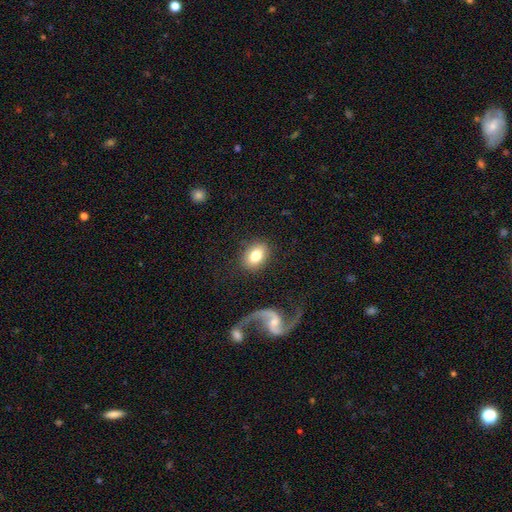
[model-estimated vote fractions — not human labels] This is likely a smooth galaxy (76%). How rounded: likely in between (71%). Merging: clearly none (83%).